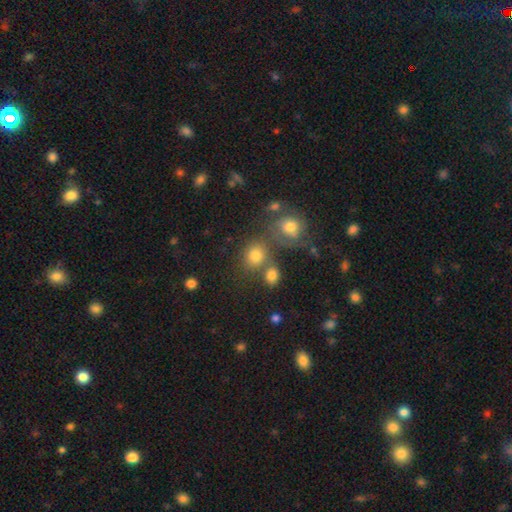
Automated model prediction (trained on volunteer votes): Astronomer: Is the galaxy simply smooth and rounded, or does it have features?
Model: smooth — 75%.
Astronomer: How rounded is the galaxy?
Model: round — 68%.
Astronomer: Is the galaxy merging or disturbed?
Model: none — 55%.